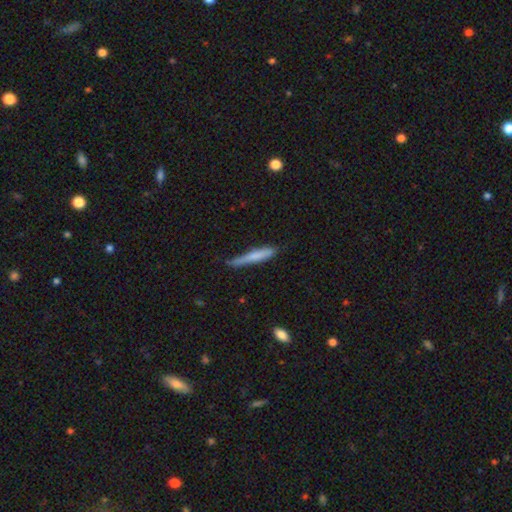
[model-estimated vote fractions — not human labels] Smooth or featured? smooth (69%)
How rounded? cigar-shaped (93%)
Merging? none (67%)